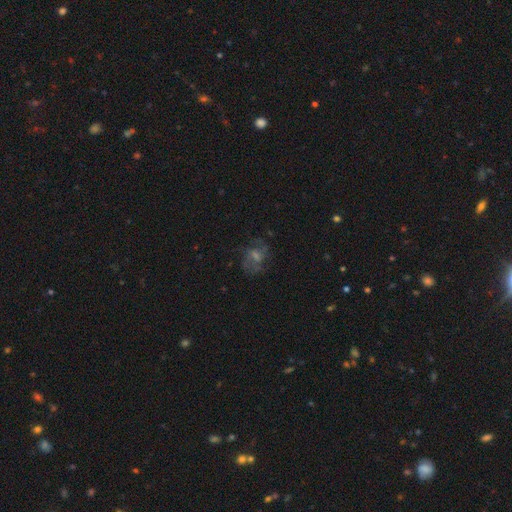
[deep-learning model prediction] Smooth or featured? Predicted: featured or disk (p=0.55). Edge-on disk? Predicted: no (p=0.96). Bar? Predicted: no (p=0.59). Spiral arms? Predicted: yes (p=0.79). Bulge size? Predicted: moderate (p=0.42). Merging? Predicted: none (p=0.69).